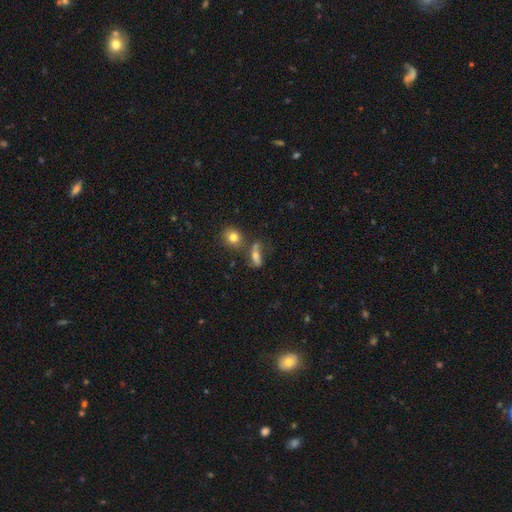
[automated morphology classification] Smooth or featured?
  - smooth: 58% *
  - featured or disk: 28%
  - star or artifact: 14%
How rounded?
  - in between: 61% *
  - cigar-shaped: 27%
  - round: 12%
Merging?
  - none: 45% *
  - minor disturbance: 21%
  - merger: 17%
  - major disturbance: 17%